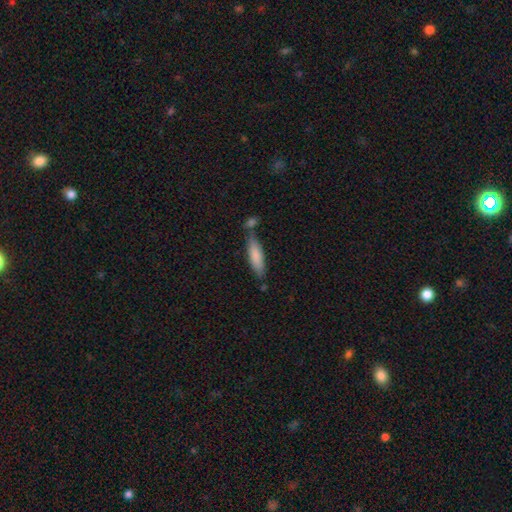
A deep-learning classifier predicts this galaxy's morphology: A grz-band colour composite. It shows a smooth galaxy with no disk features (81%) that is cigar-shaped (64%). Merging: none (65%).